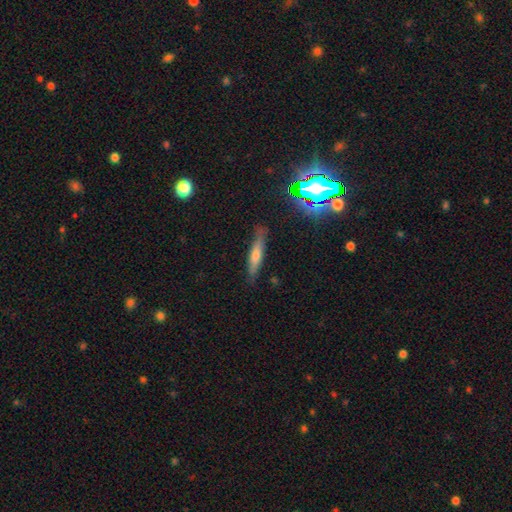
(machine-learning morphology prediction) This is possibly a smooth galaxy (56%). How rounded: clearly cigar-shaped (84%). Merging: likely none (80%).